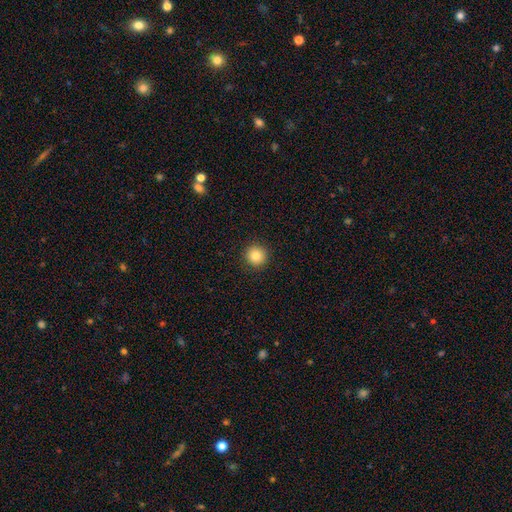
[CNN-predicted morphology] smooth_or_featured: smooth (p=0.84) [alt: star or artifact p=0.10]
how_rounded: round (p=0.95) [alt: in between p=0.04]
merging: none (p=0.93) [alt: minor disturbance p=0.05]